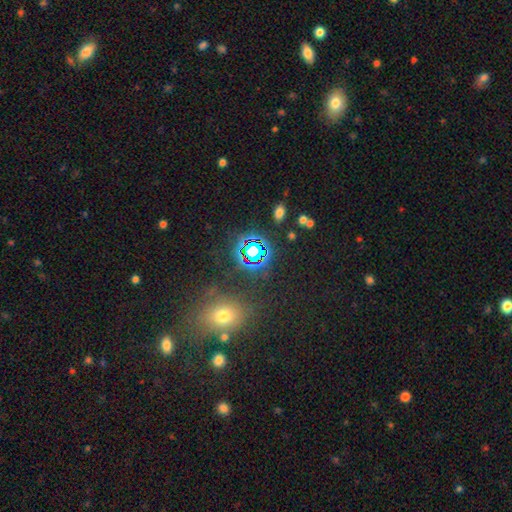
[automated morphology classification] This appears to be a star or artifact, not a galaxy (55%).